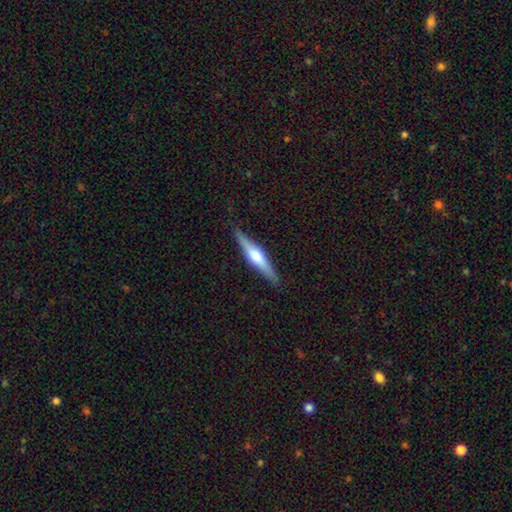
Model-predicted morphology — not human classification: This is likely a featured or disk galaxy (64%). It is clearly viewed edge-on (97%). Edge-on bulge: clearly rounded (87%). Merging: clearly none (89%).